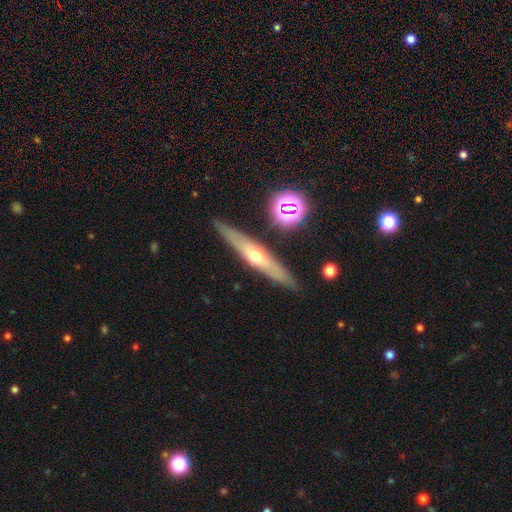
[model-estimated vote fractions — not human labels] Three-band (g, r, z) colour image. It shows a featured or disk galaxy (63%) viewed edge-on (91%) with a rounded central bulge (85%). Merging: none (88%).